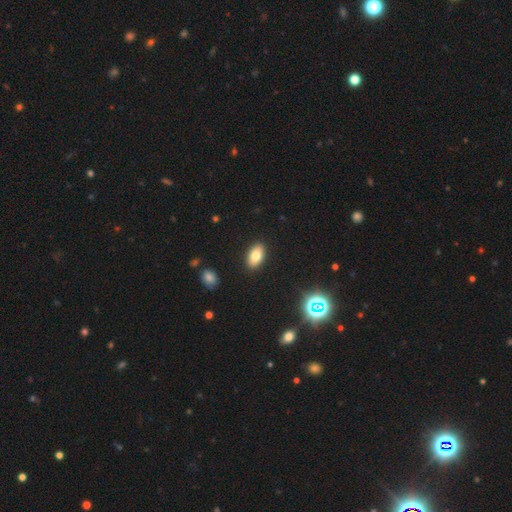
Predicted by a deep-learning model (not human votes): Morphology: type=smooth (76%); roundness=in between (92%); merging=none (89%).